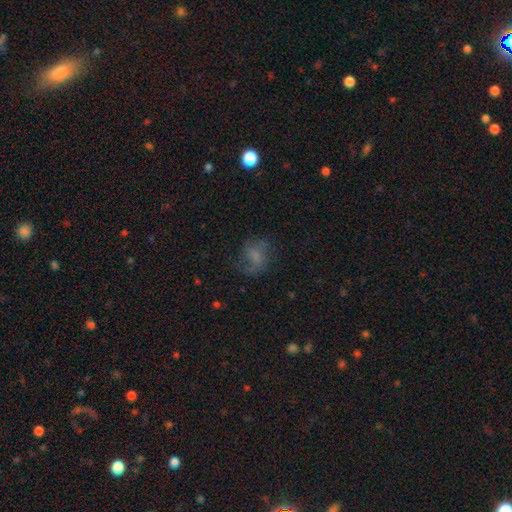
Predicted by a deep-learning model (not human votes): Smooth or featured? Predicted: smooth (p=0.49). Merging? Predicted: none (p=0.57).